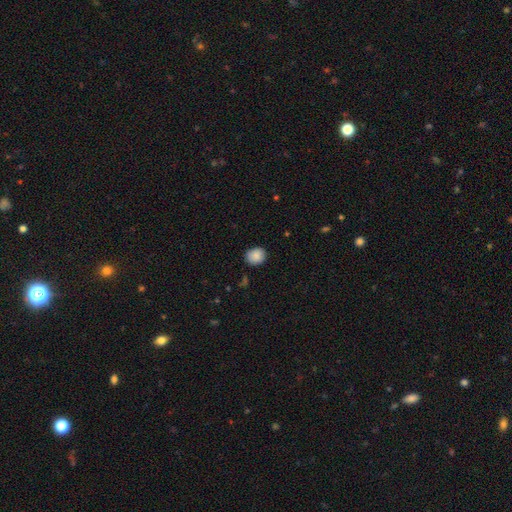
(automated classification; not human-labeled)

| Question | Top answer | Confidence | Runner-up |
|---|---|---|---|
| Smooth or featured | smooth | 87% | star or artifact (8%) |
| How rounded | round | 69% | in between (30%) |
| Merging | none | 82% | minor disturbance (14%) |